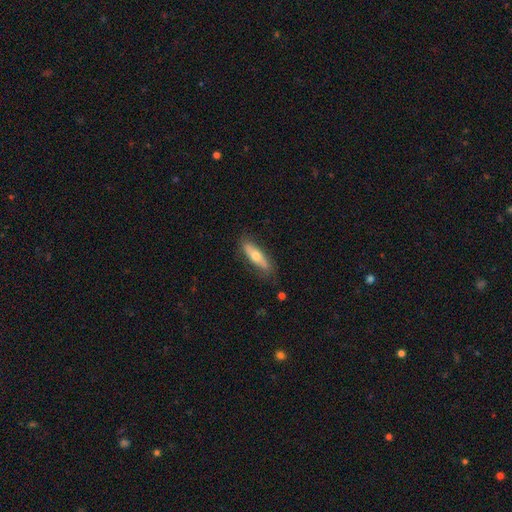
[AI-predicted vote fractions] smooth_or_featured: smooth (p=0.55) [alt: featured or disk p=0.39]
how_rounded: cigar-shaped (p=0.61) [alt: in between p=0.36]
merging: none (p=0.79) [alt: minor disturbance p=0.16]